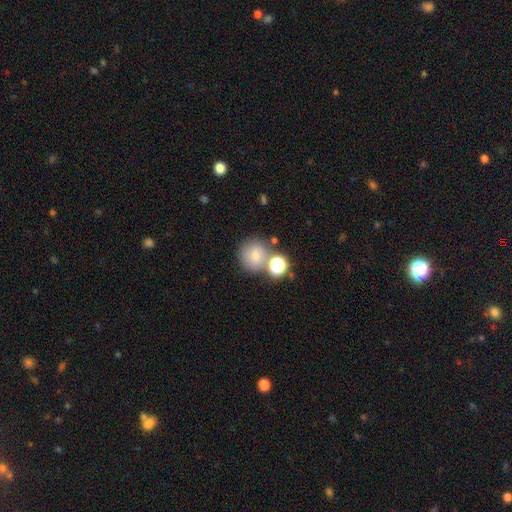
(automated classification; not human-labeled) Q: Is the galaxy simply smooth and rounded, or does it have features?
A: smooth — 64%.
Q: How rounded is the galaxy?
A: round — 86%.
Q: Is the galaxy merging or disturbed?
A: none — 63%.